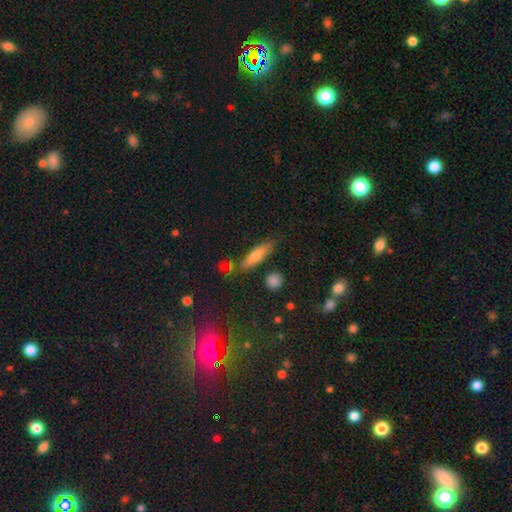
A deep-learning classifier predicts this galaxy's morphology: smooth-or-featured: smooth: 68% | featured or disk: 24% | star or artifact: 8%
  how-rounded: cigar-shaped: 70% | in between: 27% | round: 3%
  merging: none: 75% | minor disturbance: 15% | merger: 6% | major disturbance: 4%